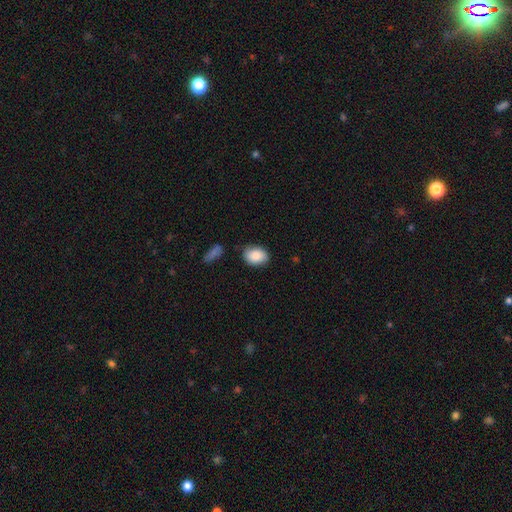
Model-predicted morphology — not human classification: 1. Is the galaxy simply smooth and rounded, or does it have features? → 87% smooth, 7% star or artifact, 6% featured or disk.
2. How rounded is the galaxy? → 76% in between, 23% round, 1% cigar-shaped.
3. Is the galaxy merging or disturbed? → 76% none, 16% minor disturbance, 4% merger, 4% major disturbance.